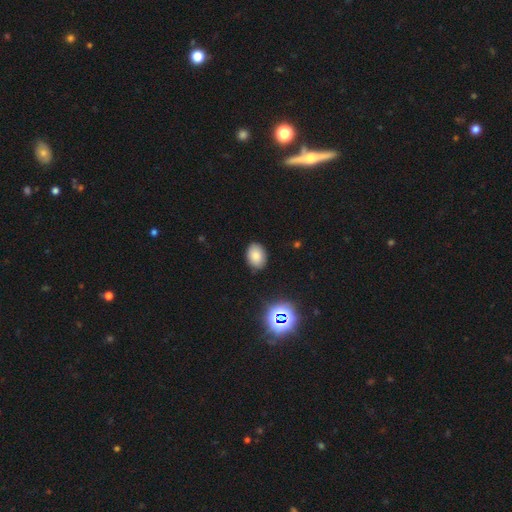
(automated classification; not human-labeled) Smooth or featured? Predicted: smooth (p=0.80). How rounded? Predicted: in between (p=0.75). Merging? Predicted: none (p=0.86).